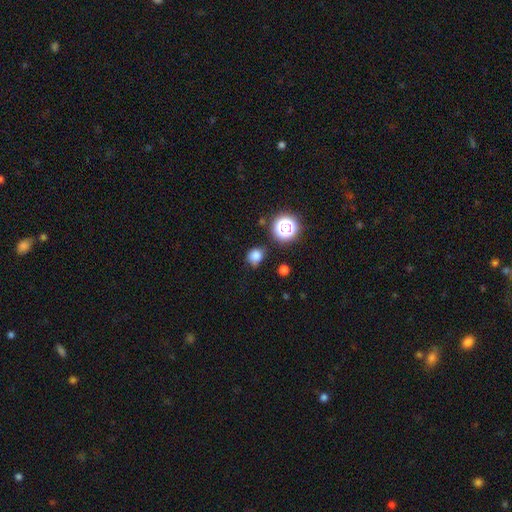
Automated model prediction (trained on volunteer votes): Overall: smooth (78%). How rounded: round (70%). Merging: none (69%).